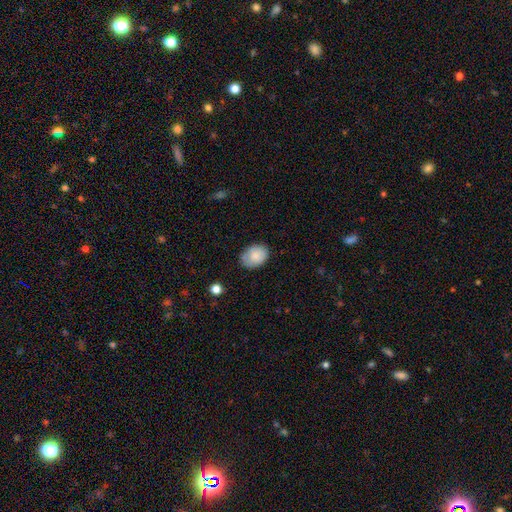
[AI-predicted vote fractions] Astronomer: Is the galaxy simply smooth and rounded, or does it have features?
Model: smooth — 83%.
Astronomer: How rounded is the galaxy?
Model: in between — 74%.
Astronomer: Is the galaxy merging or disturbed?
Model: none — 74%.